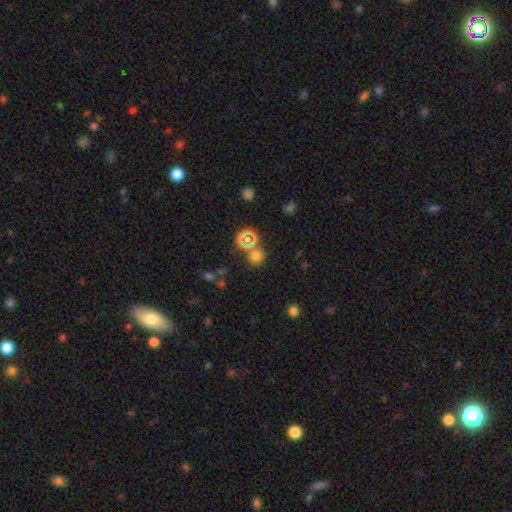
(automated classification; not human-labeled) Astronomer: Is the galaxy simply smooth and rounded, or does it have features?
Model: smooth — 60%.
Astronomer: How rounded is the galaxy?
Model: round — 88%.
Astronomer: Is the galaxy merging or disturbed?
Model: none — 74%.